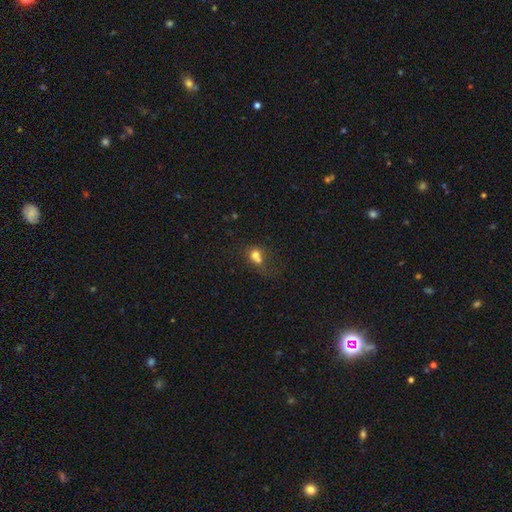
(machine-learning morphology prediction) This is likely a smooth galaxy (71%). How rounded: likely round (70%). Merging: possibly merger (55%).